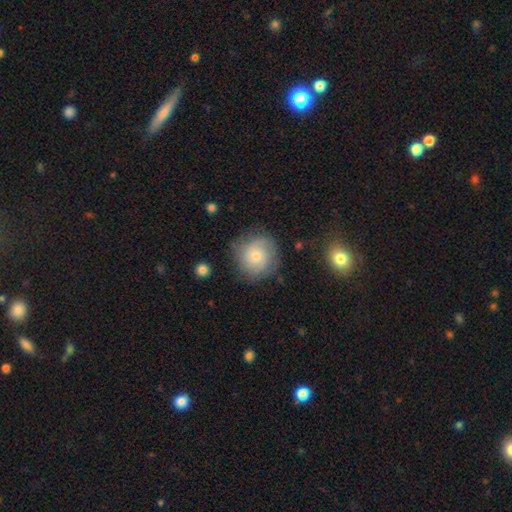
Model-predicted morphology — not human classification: This appears to be a smooth galaxy with no disk features (63%) that is round (90%). Merging: none (75%).